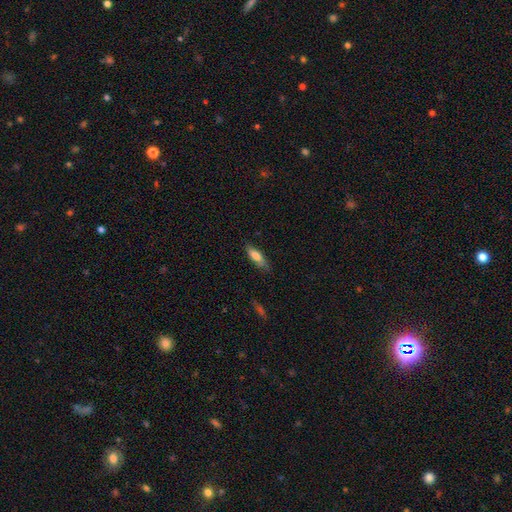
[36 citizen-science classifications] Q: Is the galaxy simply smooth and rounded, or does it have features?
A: smooth — 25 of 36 (69%).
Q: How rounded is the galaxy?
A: cigar-shaped — 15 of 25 (60%).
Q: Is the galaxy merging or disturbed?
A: none — 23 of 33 (70%).